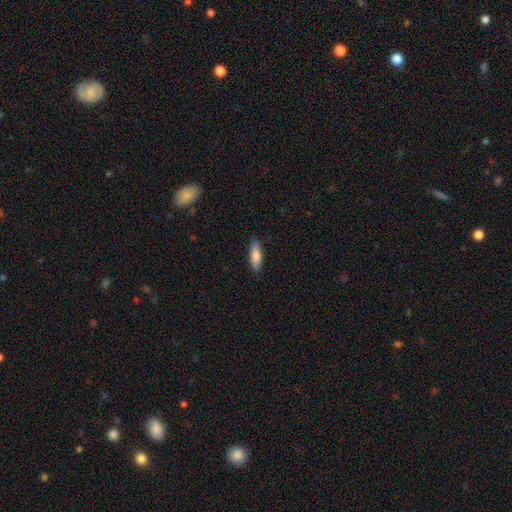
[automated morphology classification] The model was most divided on "how rounded": in between: 55%, cigar-shaped: 43%, round: 2%. More confident: merging — none (87%); smooth or featured — smooth (85%).